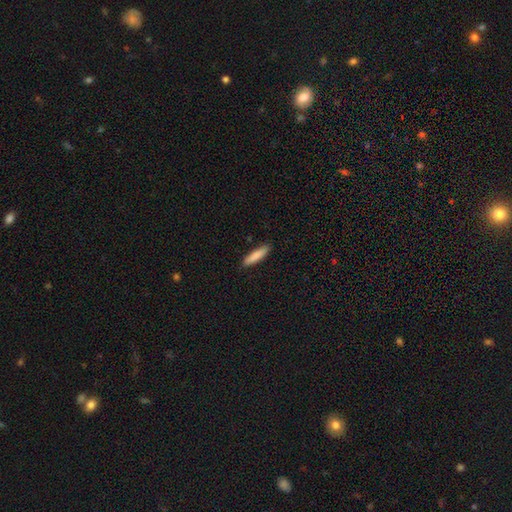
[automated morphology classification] A smooth galaxy with no disk features (86%) that is cigar-shaped (80%). Merging: none (89%).